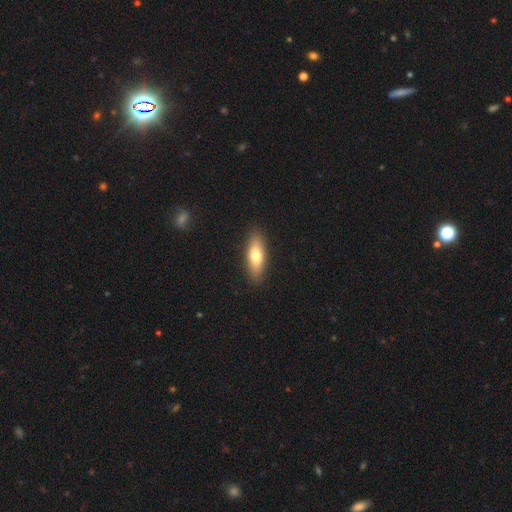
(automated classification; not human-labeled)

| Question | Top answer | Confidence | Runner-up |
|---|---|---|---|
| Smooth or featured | smooth | 72% | featured or disk (22%) |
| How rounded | in between | 62% | cigar-shaped (35%) |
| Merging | none | 89% | minor disturbance (8%) |